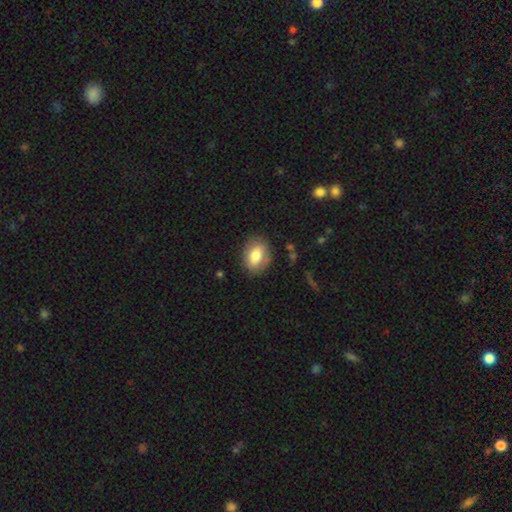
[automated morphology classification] smooth 78%, featured or disk 15%, star or artifact 7%. Down the decision tree: how rounded — in between (79%); merging — none (81%).